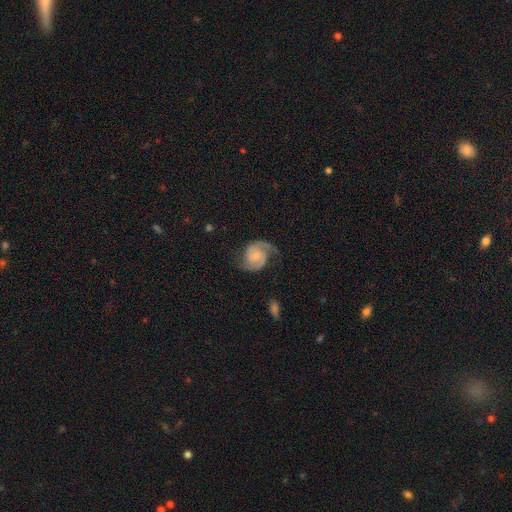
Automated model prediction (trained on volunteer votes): Smooth or featured? Predicted: featured or disk (p=0.90). Edge-on disk? Predicted: no (p=0.98). Bar? Predicted: no (p=0.67). Spiral arms? Predicted: yes (p=0.98). Spiral winding? Predicted: medium (p=0.51). Spiral arm count? Predicted: 2 (p=0.93). Bulge size? Predicted: small (p=0.57). Merging? Predicted: none (p=0.76).